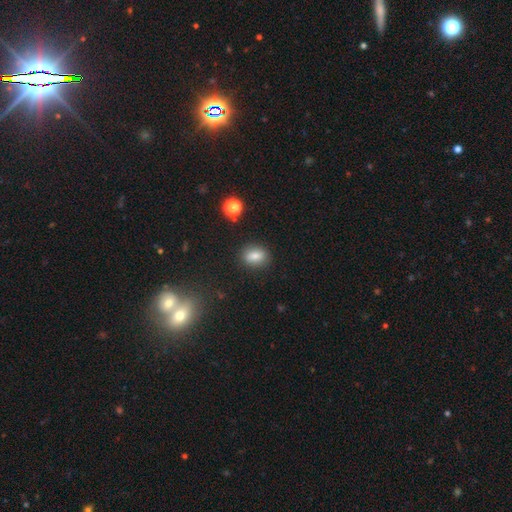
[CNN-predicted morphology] This appears to be a smooth galaxy with no disk features (80%) that is in between round and cigar-shaped (61%). Merging: none (85%).